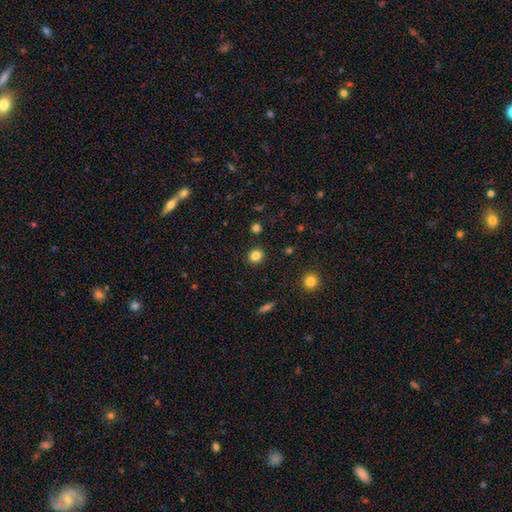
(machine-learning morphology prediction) Smooth or featured? Predicted: smooth (p=0.83). How rounded? Predicted: round (p=0.82). Merging? Predicted: none (p=0.91).